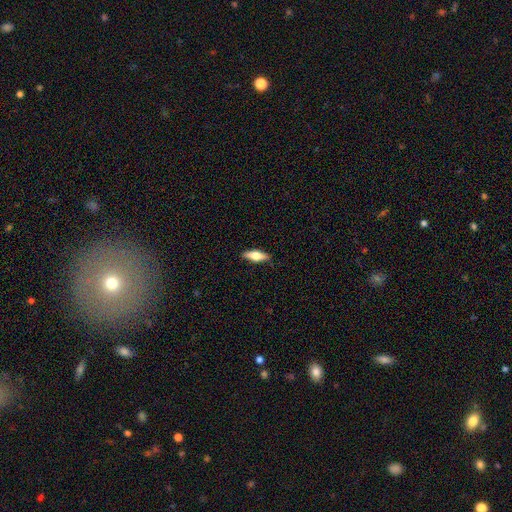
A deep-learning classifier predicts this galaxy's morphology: Q: Smooth or featured?
A: smooth (55%); runner-up: featured or disk (39%)
Q: How rounded?
A: in between (53%); runner-up: cigar-shaped (44%)
Q: Merging?
A: none (88%); runner-up: minor disturbance (9%)